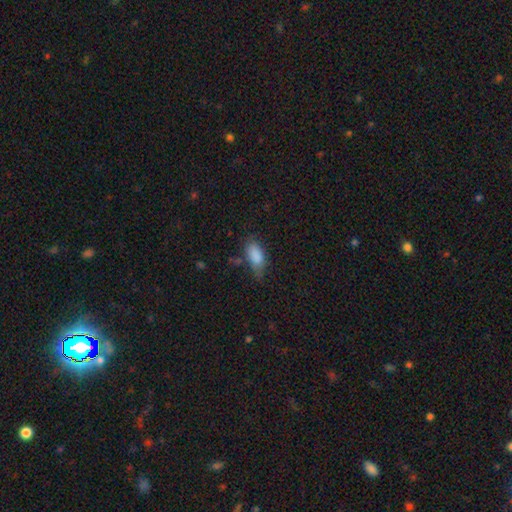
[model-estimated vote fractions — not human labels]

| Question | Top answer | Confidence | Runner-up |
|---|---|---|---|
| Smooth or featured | smooth | 84% | star or artifact (8%) |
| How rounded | in between | 88% | cigar-shaped (8%) |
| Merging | none | 51% | minor disturbance (33%) |